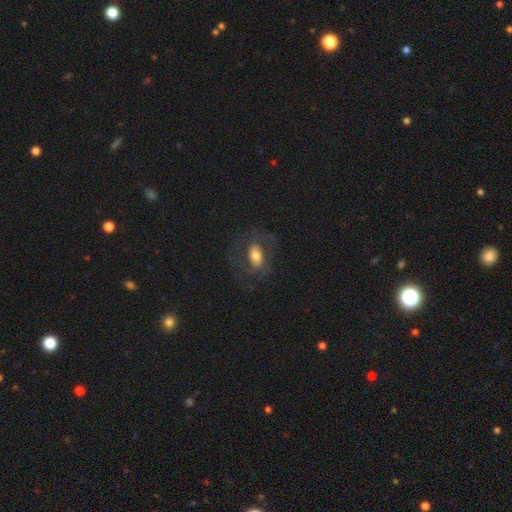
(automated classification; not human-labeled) A smooth galaxy with no disk features (50%).

Vote fractions:
- Smooth or featured? smooth: 50% / featured or disk: 42% / star or artifact: 8%
- Merging? none: 65% / major disturbance: 18% / minor disturbance: 16% / merger: 1%